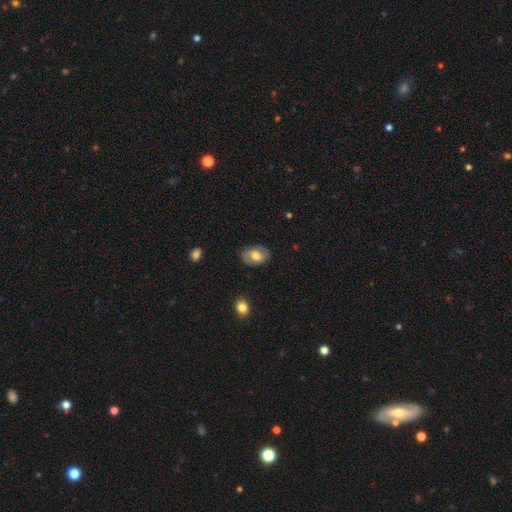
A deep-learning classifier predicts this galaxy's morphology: Smooth or featured: smooth — 59% (featured or disk — 34%)
How rounded: in between — 83% (round — 16%)
Merging: none — 77% (minor disturbance — 17%)